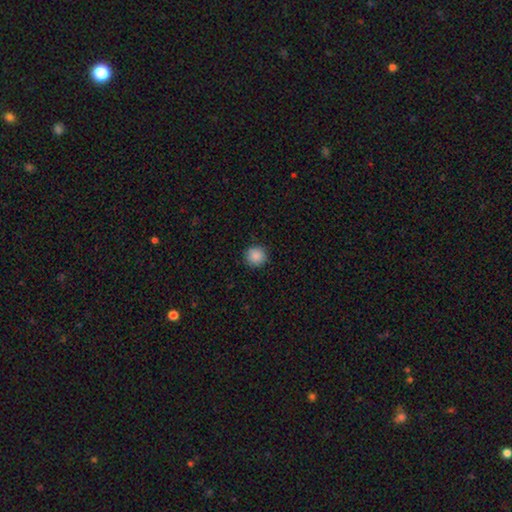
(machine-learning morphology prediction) Q: Smooth or featured?
A: smooth (89%); runner-up: star or artifact (9%)
Q: How rounded?
A: round (95%); runner-up: in between (4%)
Q: Merging?
A: none (92%); runner-up: minor disturbance (6%)